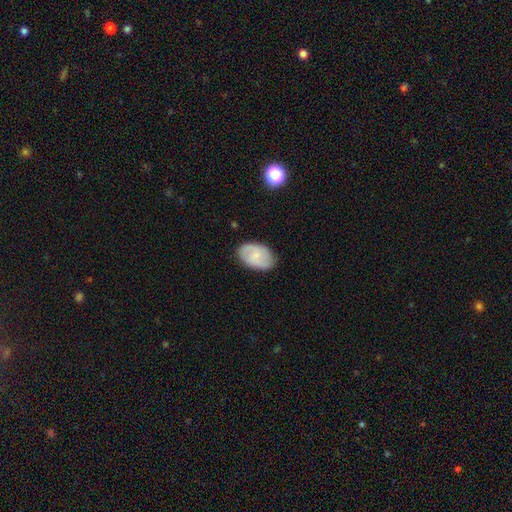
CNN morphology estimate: A smooth galaxy with no disk features (57%) that is in between round and cigar-shaped (89%). Merging: none (84%).